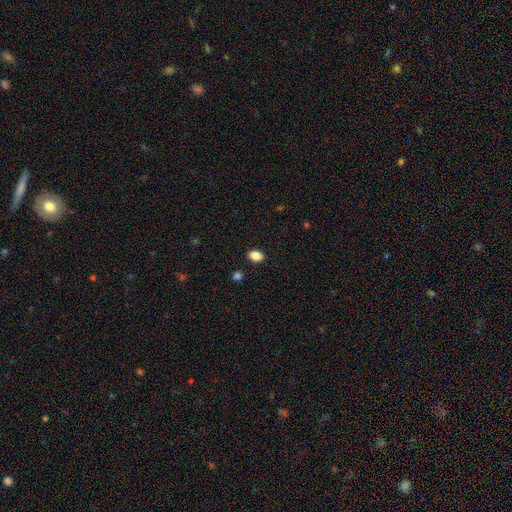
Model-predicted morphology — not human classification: Smooth or featured? Predicted: smooth (p=0.87). How rounded? Predicted: in between (p=0.77). Merging? Predicted: none (p=0.89).